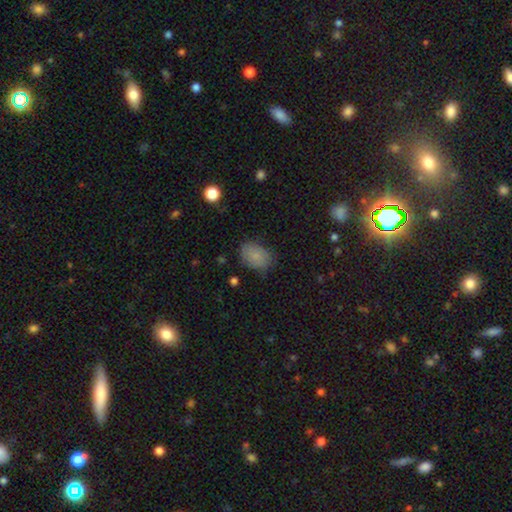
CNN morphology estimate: Overall: smooth (80%). How rounded: in between (79%). Merging: none (73%).